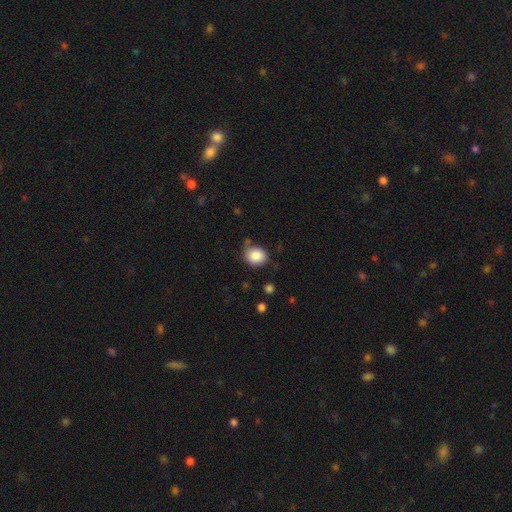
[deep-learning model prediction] smooth_or_featured: smooth (p=0.86) [alt: star or artifact p=0.09]
how_rounded: round (p=0.68) [alt: in between p=0.31]
merging: none (p=0.68) [alt: minor disturbance p=0.21]